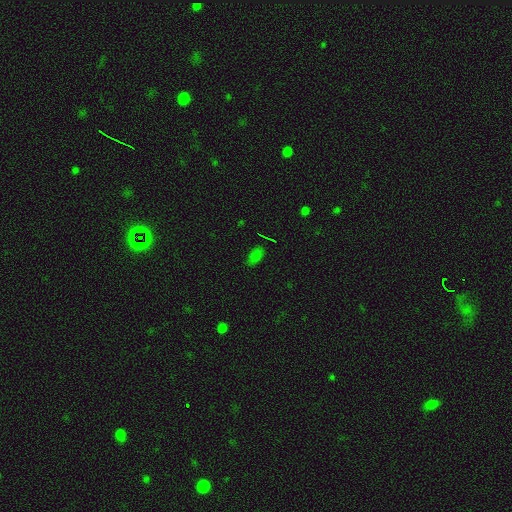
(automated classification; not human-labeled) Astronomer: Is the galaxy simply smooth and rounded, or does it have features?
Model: smooth — 72%.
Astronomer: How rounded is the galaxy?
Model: in between — 89%.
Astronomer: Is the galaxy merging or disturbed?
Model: none — 80%.